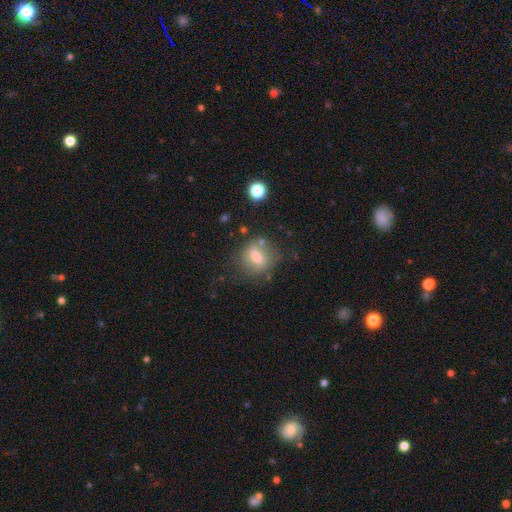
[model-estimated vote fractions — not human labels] Smooth or featured? smooth (65%)
How rounded? round (61%)
Merging? none (70%)